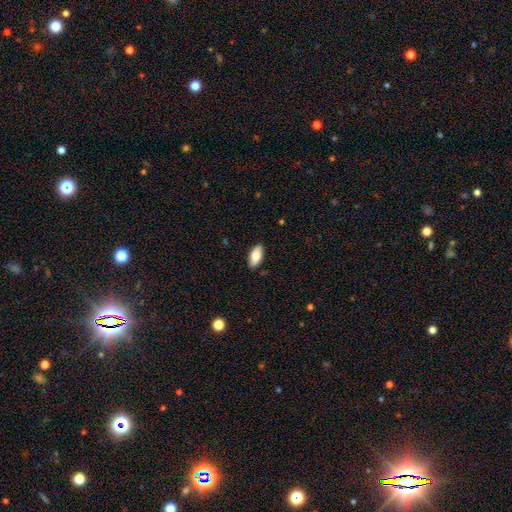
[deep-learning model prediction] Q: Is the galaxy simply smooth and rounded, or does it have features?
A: smooth — 78%.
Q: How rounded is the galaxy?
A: in between — 90%.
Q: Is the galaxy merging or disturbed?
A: none — 89%.